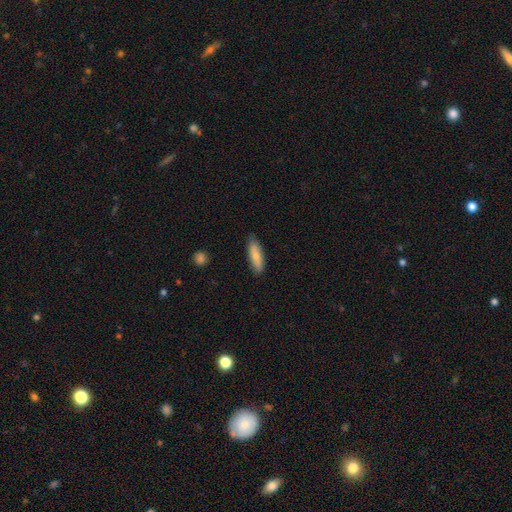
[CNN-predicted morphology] A smooth galaxy with no disk features (77%) that is cigar-shaped (51%). Merging: none (83%).